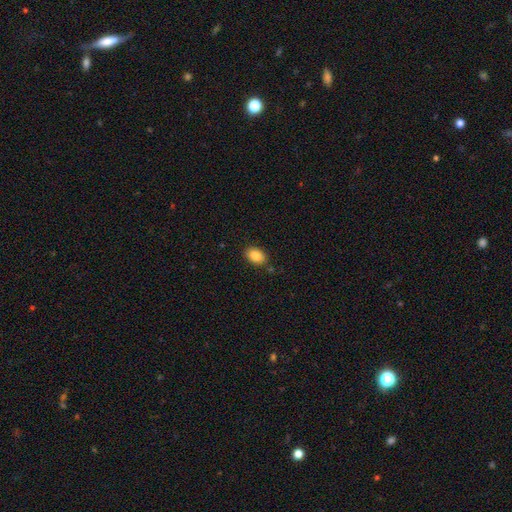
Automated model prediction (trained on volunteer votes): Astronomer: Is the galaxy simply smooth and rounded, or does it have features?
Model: smooth — 88%.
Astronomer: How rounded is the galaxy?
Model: in between — 83%.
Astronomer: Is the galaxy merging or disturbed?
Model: none — 83%.